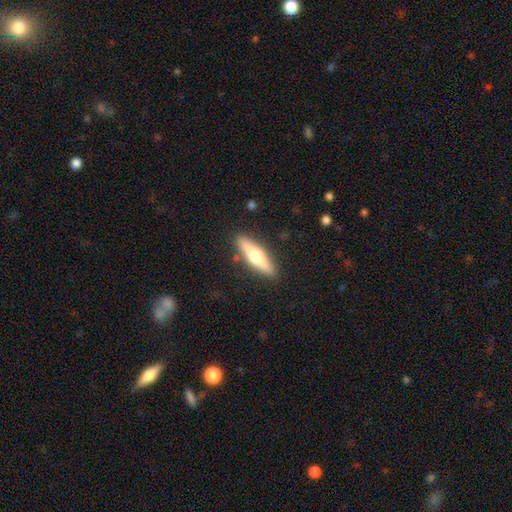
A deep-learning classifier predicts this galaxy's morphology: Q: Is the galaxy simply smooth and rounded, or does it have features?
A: featured or disk — 50%.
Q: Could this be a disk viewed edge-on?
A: yes — 91%.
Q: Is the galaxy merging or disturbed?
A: none — 88%.